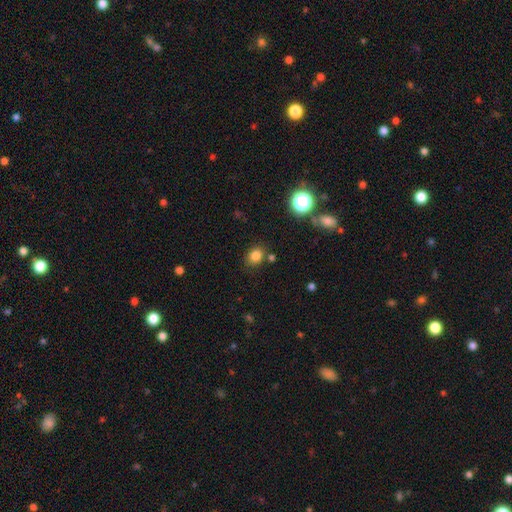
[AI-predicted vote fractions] Overall: smooth (80%). How rounded: round (50%; in between 49%). Merging: none (78%).